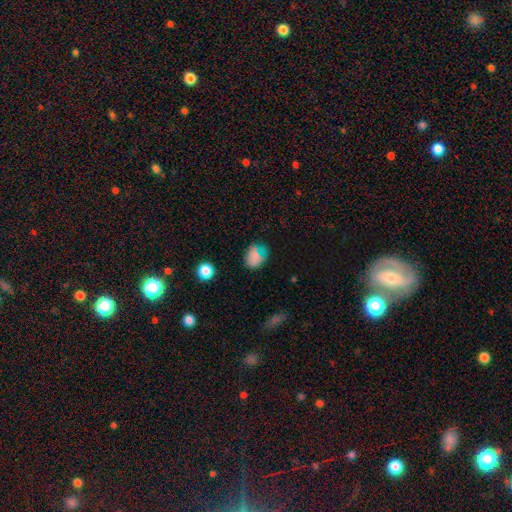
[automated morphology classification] Overall: smooth (75%). How rounded: in between (64%; round 35%). Merging: none (61%; minor disturbance 25%).